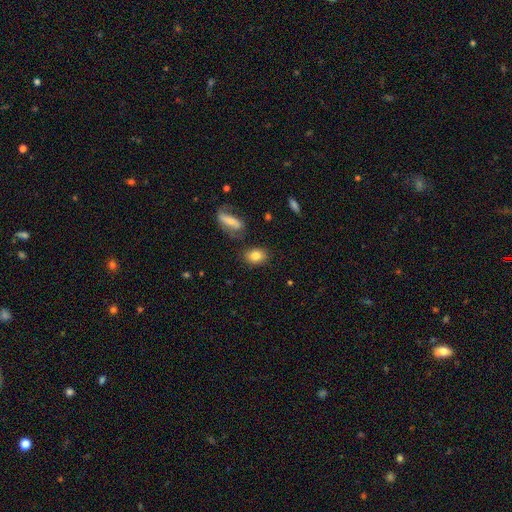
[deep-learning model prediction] This appears to be a smooth galaxy with no disk features (81%) that is in between round and cigar-shaped (65%). Merging: none (79%).